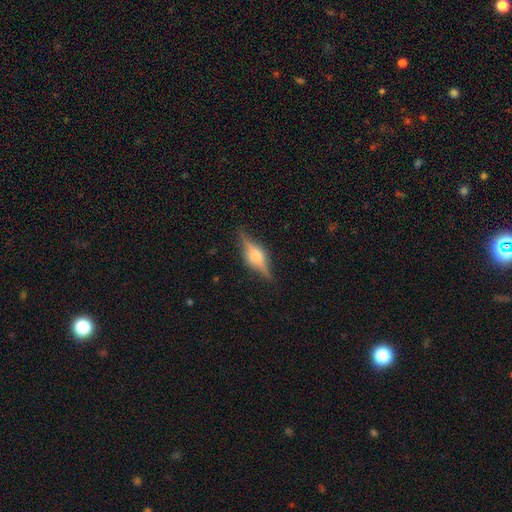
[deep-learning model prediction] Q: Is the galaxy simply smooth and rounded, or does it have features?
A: featured or disk — 76%.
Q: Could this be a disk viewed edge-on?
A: yes — 96%.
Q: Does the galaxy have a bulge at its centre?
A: rounded — 87%.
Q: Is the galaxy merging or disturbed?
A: none — 86%.